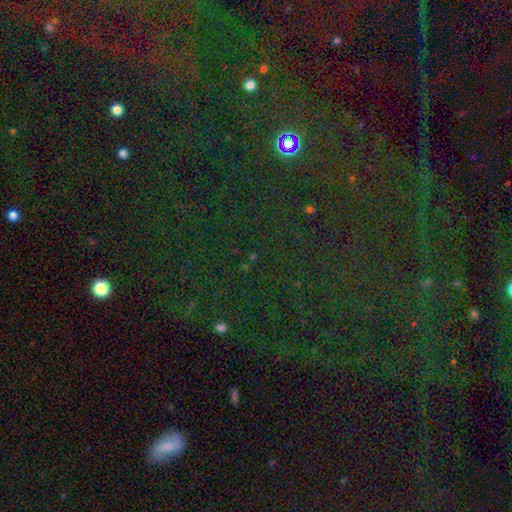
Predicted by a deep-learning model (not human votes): Smooth or featured? star or artifact (78%)